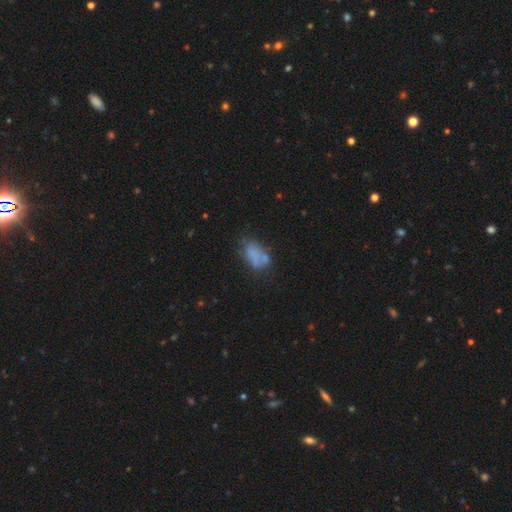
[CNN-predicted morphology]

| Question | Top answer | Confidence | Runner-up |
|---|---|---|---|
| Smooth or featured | smooth | 61% | featured or disk (27%) |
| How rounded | in between | 87% | round (10%) |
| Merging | none | 44% | minor disturbance (24%) |